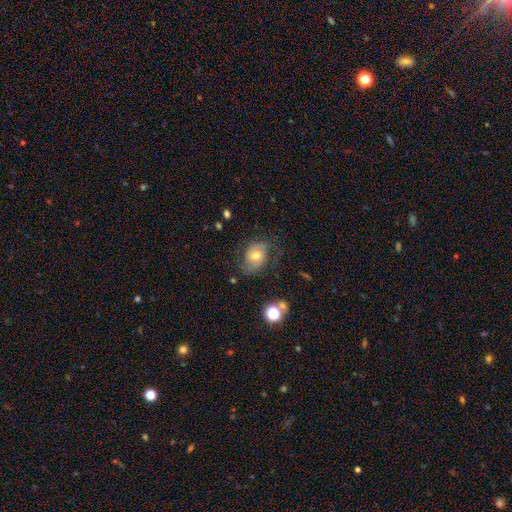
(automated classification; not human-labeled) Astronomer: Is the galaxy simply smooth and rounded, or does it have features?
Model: featured or disk — 56% (runner-up: smooth, 34%).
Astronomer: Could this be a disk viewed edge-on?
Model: no — 96%.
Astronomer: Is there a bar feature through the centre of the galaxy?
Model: no — 61%.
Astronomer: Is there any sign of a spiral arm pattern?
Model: yes — 81%.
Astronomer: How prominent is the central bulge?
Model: moderate — 69%.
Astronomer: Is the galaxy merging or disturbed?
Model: none — 63%.